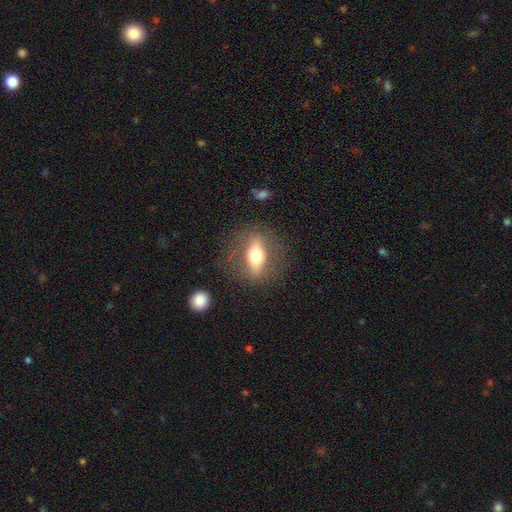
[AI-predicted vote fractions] Q: Smooth or featured?
A: featured or disk (52%); runner-up: smooth (40%)
Q: Edge-on disk?
A: yes (52%); runner-up: no (48%)
Q: Merging?
A: none (81%); runner-up: minor disturbance (11%)